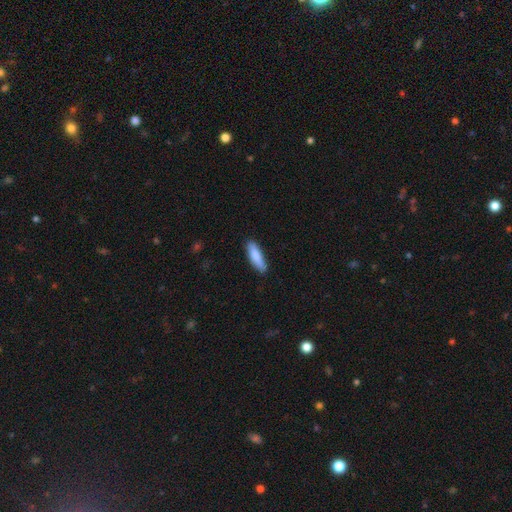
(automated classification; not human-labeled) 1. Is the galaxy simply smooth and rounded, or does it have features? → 84% smooth, 11% featured or disk, 6% star or artifact.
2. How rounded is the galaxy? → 64% cigar-shaped, 35% in between, 1% round.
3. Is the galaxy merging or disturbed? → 83% none, 14% minor disturbance, 2% major disturbance, 1% merger.